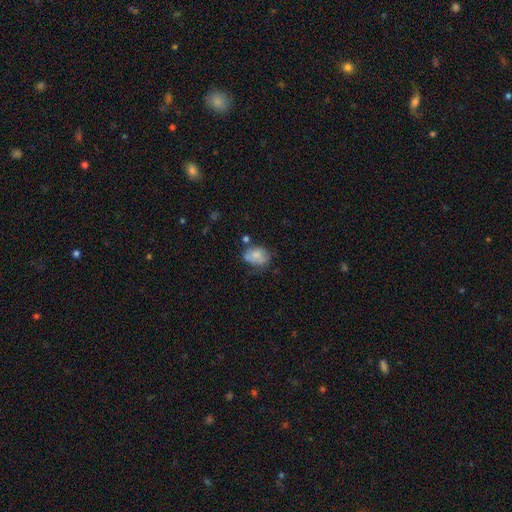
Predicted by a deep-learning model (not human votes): smooth-or-featured: smooth: 69% | featured or disk: 22% | star or artifact: 9%
  how-rounded: in between: 66% | round: 33% | cigar-shaped: 1%
  merging: none: 48% | minor disturbance: 30% | merger: 11% | major disturbance: 11%